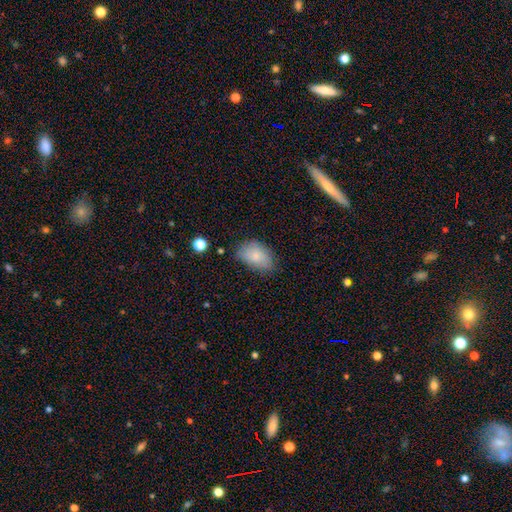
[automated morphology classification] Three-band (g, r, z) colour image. It shows a smooth galaxy with no disk features (81%) that is in between round and cigar-shaped (88%). Merging: none (69%).